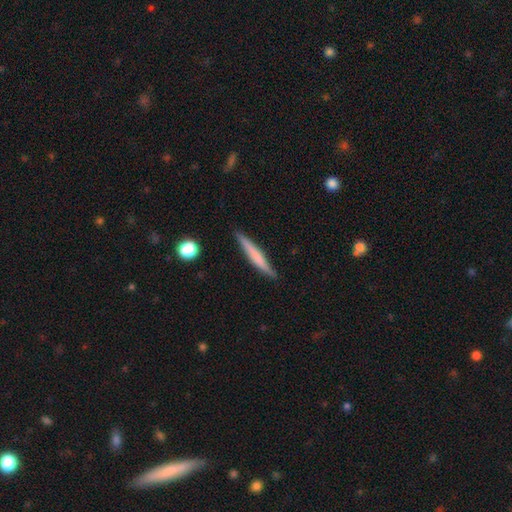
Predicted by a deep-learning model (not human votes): A smooth galaxy with no disk features (58%) that is cigar-shaped (95%).

Vote fractions:
- Smooth or featured? smooth: 58% / featured or disk: 36% / star or artifact: 6%
- How rounded? cigar-shaped: 95% / in between: 4% / round: 1%
- Merging? none: 86% / minor disturbance: 10% / major disturbance: 2% / merger: 2%